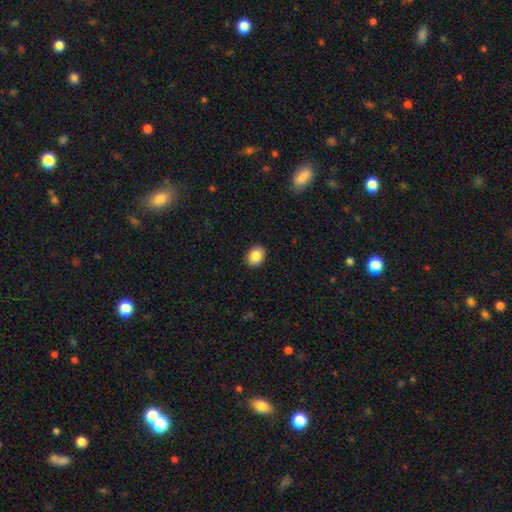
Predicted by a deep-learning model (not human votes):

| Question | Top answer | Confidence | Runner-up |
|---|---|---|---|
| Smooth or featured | smooth | 87% | star or artifact (8%) |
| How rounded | in between | 58% | round (42%) |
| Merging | none | 90% | minor disturbance (7%) |